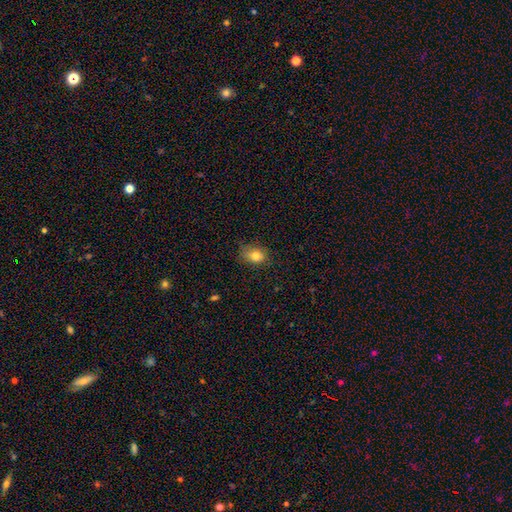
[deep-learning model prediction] Smooth or featured?
  - smooth: 81% *
  - star or artifact: 10%
  - featured or disk: 9%
How rounded?
  - in between: 68% *
  - round: 31%
  - cigar-shaped: 1%
Merging?
  - none: 66% *
  - minor disturbance: 26%
  - major disturbance: 6%
  - merger: 1%